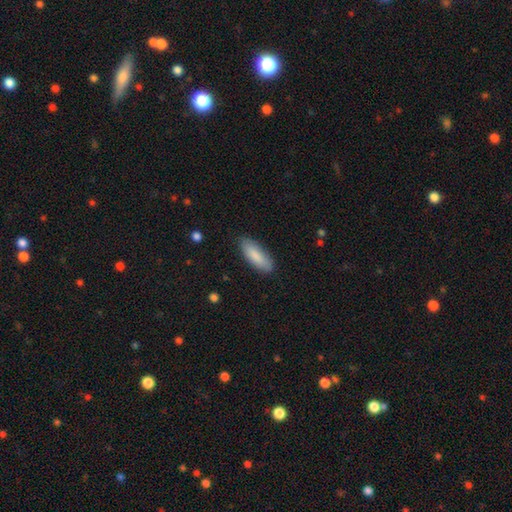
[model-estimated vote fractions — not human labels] Morphology: type=smooth (86%); roundness=in between (66%); merging=none (85%).